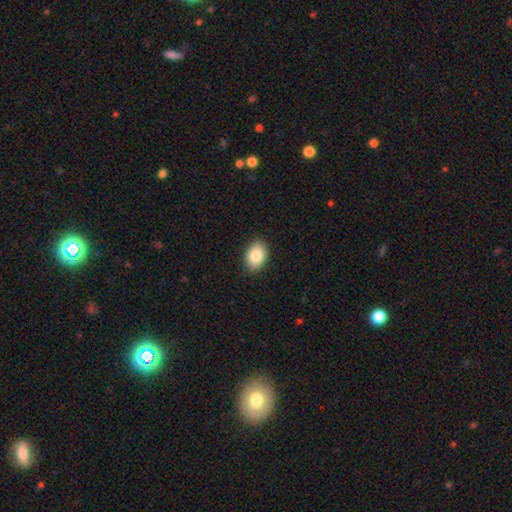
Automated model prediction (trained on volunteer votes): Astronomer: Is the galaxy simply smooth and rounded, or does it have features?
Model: smooth — 85%.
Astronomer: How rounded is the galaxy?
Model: in between — 83%.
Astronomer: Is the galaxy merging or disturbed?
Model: none — 88%.